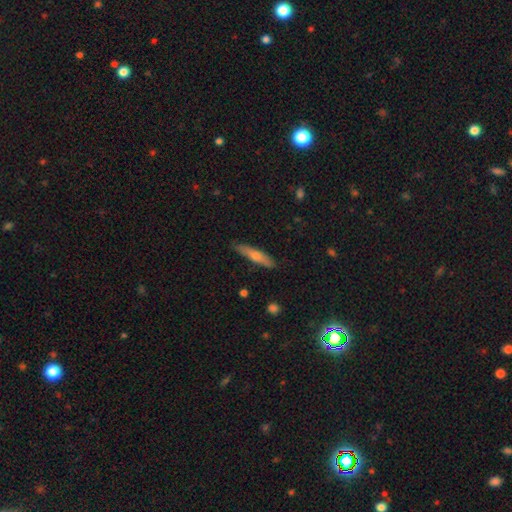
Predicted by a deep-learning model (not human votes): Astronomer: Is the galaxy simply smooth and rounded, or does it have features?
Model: smooth — 51% (runner-up: featured or disk, 43%).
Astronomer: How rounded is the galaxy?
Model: cigar-shaped — 86%.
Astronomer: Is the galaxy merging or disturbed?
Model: none — 87%.